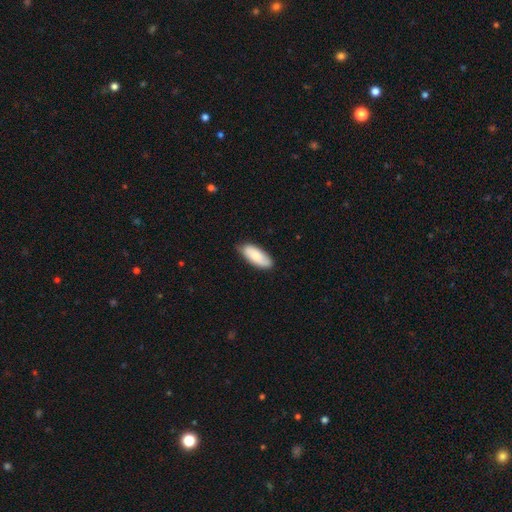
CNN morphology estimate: smooth-or-featured: smooth: 80% | featured or disk: 14% | star or artifact: 6%
  how-rounded: in between: 81% | cigar-shaped: 17% | round: 2%
  merging: none: 78% | minor disturbance: 19% | major disturbance: 2% | merger: 1%